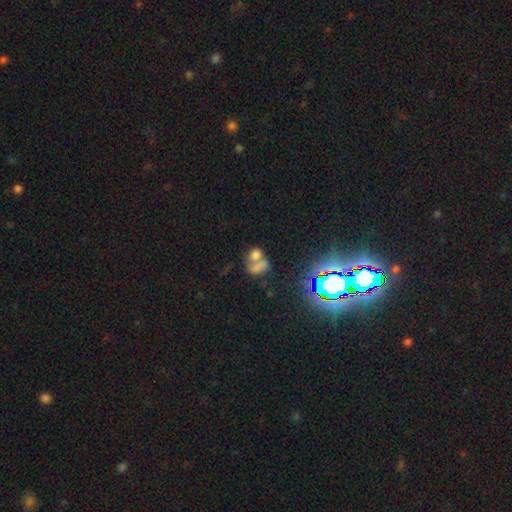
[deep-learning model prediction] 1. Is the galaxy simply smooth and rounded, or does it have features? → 62% smooth, 20% star or artifact, 17% featured or disk.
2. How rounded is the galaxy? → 60% in between, 37% round, 3% cigar-shaped.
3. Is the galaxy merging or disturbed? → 62% merger, 23% none, 8% minor disturbance, 7% major disturbance.